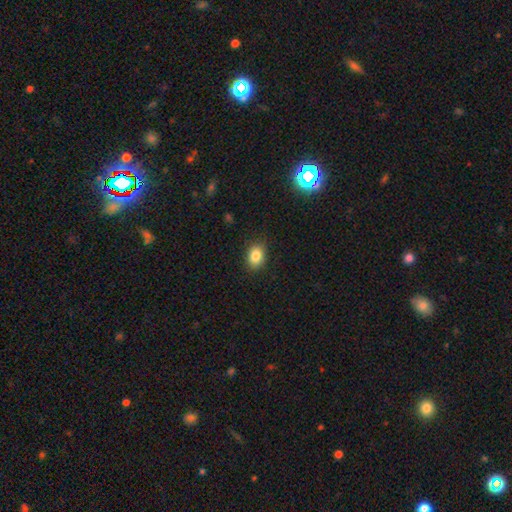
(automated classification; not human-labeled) This appears to be a smooth galaxy with no disk features (85%) that is in between round and cigar-shaped (69%). Merging: none (85%).